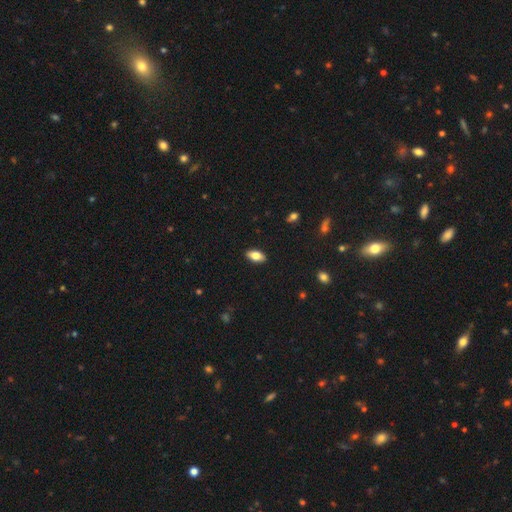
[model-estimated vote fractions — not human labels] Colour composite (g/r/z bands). It shows a smooth galaxy with no disk features (78%) that is in between round and cigar-shaped (90%). Merging: none (89%).